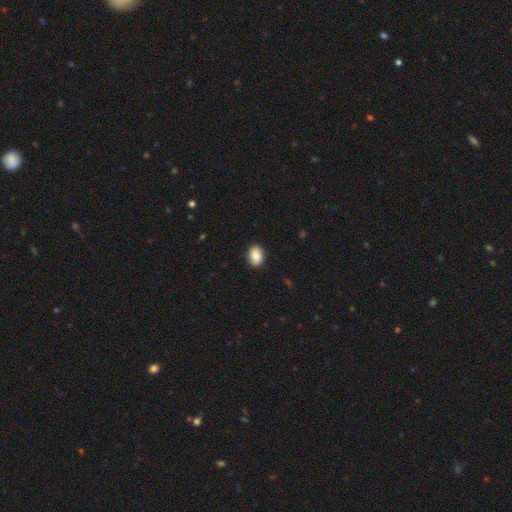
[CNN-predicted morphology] Smooth or featured? smooth (88%)
How rounded? in between (77%)
Merging? none (89%)